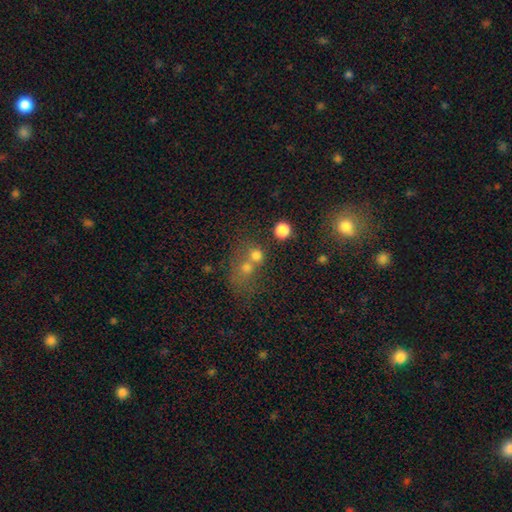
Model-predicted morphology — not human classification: Q: Smooth or featured?
A: smooth (70%); runner-up: star or artifact (18%)
Q: How rounded?
A: round (79%); runner-up: in between (20%)
Q: Merging?
A: merger (43%); tied with: none (43%)